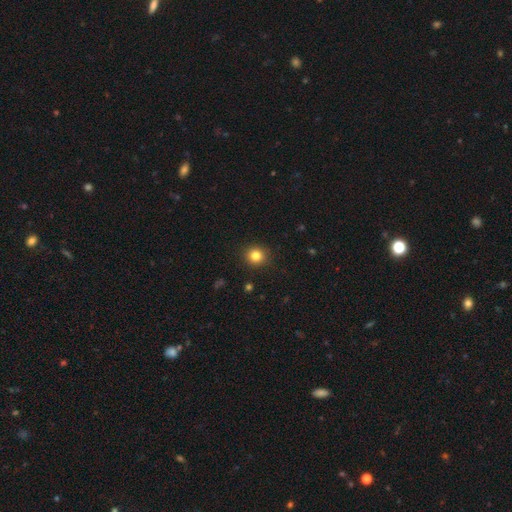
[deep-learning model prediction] Smooth or featured: smooth — 83% (star or artifact — 12%)
How rounded: round — 89% (in between — 10%)
Merging: none — 91% (minor disturbance — 6%)